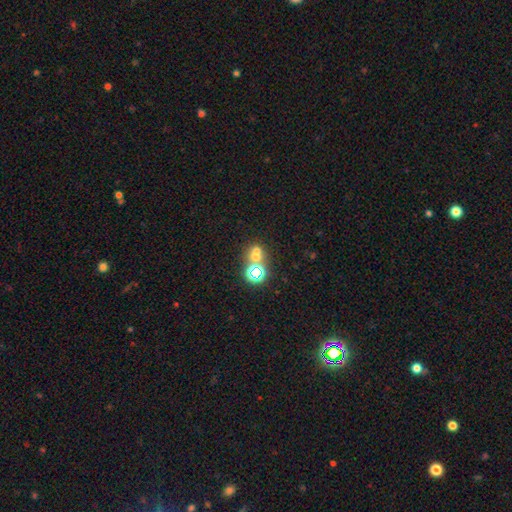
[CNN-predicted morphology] type=smooth (49%); merging=none (44%, tied with merger).